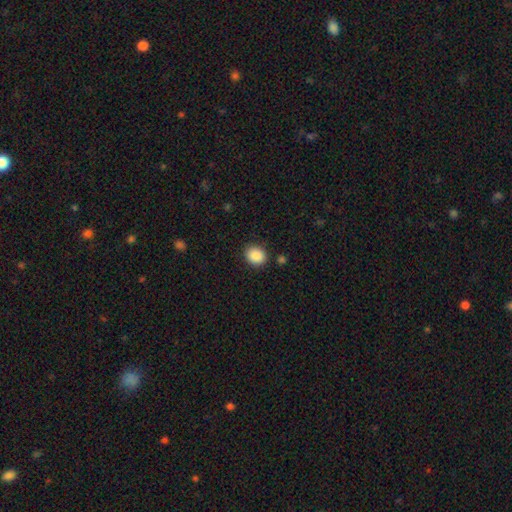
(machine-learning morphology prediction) This appears to be a smooth galaxy with no disk features (89%) that is round (54%). Merging: none (86%).